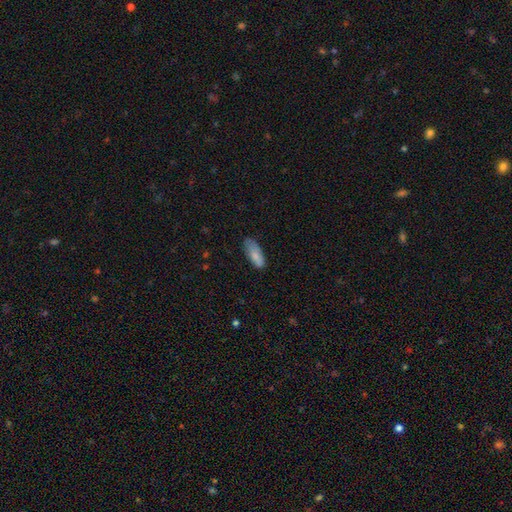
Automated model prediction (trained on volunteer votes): Q: Smooth or featured?
A: smooth (82%); runner-up: featured or disk (11%)
Q: How rounded?
A: in between (75%); runner-up: cigar-shaped (24%)
Q: Merging?
A: none (62%); runner-up: minor disturbance (29%)